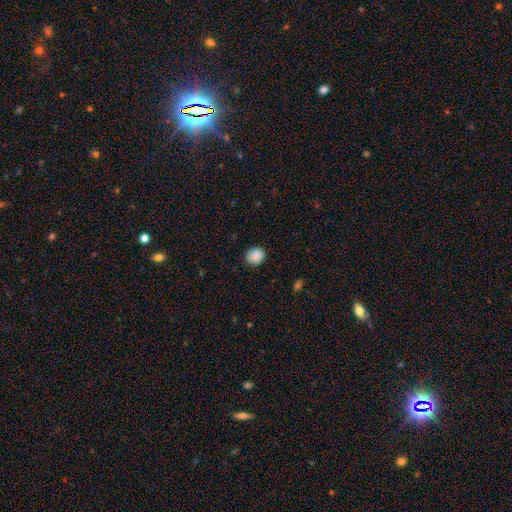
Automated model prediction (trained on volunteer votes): This appears to be a smooth galaxy with no disk features (86%) that is round (72%). Merging: none (85%).